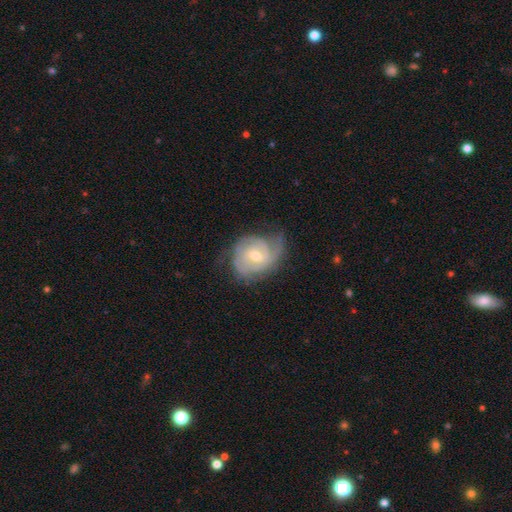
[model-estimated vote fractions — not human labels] Morphology: type=featured or disk (79%); edge-on=no (97%); bar=no (48%); spiral arms=yes (92%); winding=tight (57%); arm count=2 (39%); bulge=moderate (61%); merging=none (55%).